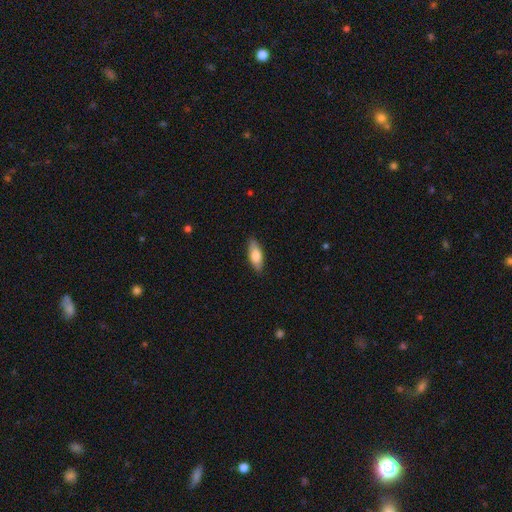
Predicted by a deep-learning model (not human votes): Smooth or featured: smooth — 76% (featured or disk — 19%)
How rounded: in between — 72% (cigar-shaped — 25%)
Merging: none — 87% (minor disturbance — 10%)